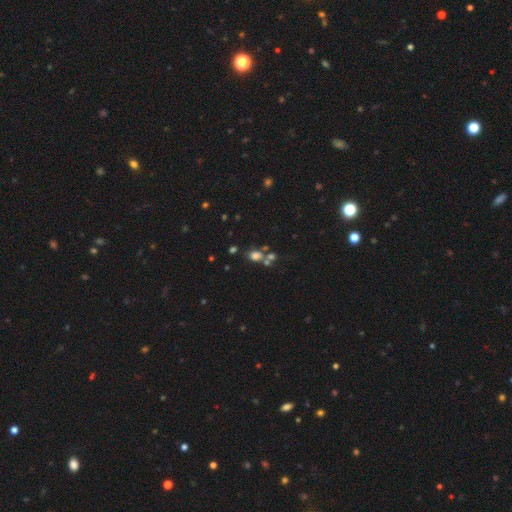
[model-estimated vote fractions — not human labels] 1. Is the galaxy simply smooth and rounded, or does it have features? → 69% smooth, 20% star or artifact, 11% featured or disk.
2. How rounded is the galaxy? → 55% in between, 43% round, 2% cigar-shaped.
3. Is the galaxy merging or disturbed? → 55% none, 29% merger, 11% minor disturbance, 6% major disturbance.